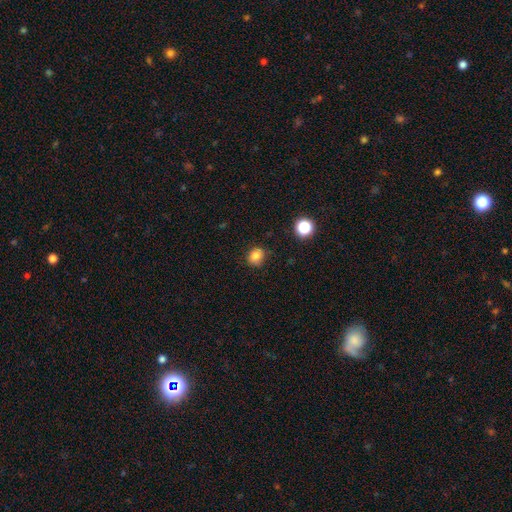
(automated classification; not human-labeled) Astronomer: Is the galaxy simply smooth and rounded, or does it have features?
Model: smooth — 81%.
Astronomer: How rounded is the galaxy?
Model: round — 73%.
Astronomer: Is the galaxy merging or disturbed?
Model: none — 83%.